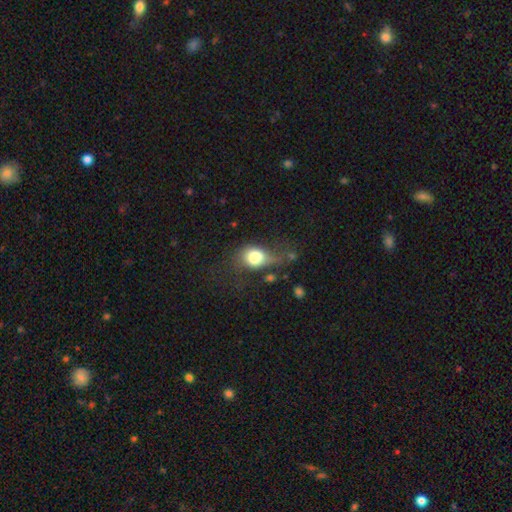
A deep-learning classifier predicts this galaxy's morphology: A smooth galaxy with no disk features (73%) that is in between round and cigar-shaped (56%).

Vote fractions:
- Smooth or featured? smooth: 73% / featured or disk: 18% / star or artifact: 10%
- How rounded? in between: 56% / round: 43% / cigar-shaped: 2%
- Merging? major disturbance: 37% / minor disturbance: 26% / none: 26% / merger: 10%